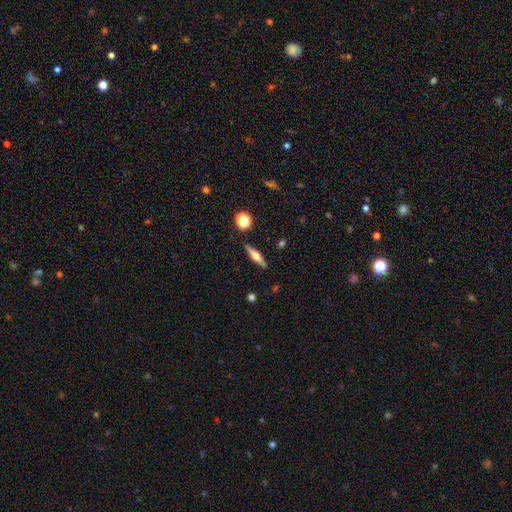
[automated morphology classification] Smooth or featured: featured or disk — 50% (smooth — 42%)
Merging: none — 88% (minor disturbance — 8%)